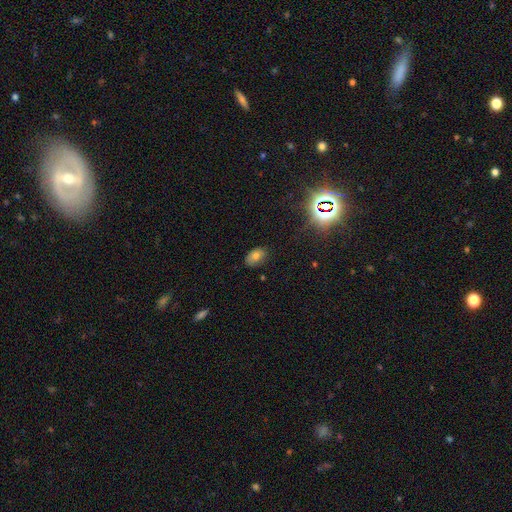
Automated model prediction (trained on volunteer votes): Smooth or featured? Predicted: smooth (p=0.73). How rounded? Predicted: in between (p=0.88). Merging? Predicted: none (p=0.81).